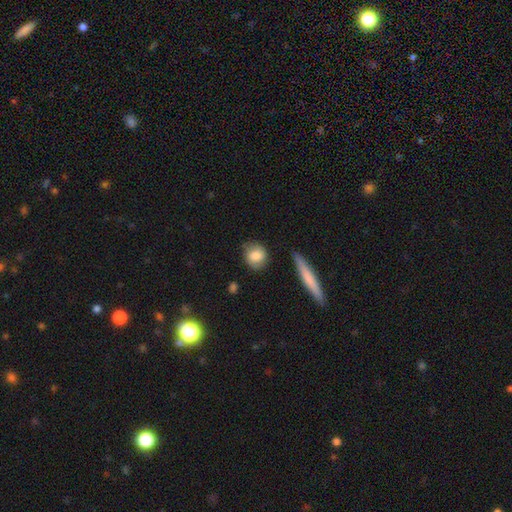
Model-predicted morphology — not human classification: The model was most divided on "how rounded": round: 74%, in between: 23%, cigar-shaped: 3%. More confident: smooth or featured — smooth (75%); merging — none (73%).